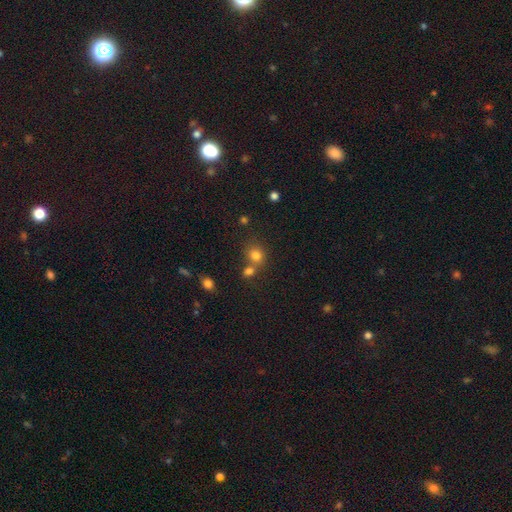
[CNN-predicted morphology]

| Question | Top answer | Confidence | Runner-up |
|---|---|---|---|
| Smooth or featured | smooth | 78% | star or artifact (14%) |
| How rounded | round | 72% | in between (27%) |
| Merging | none | 53% | merger (33%) |